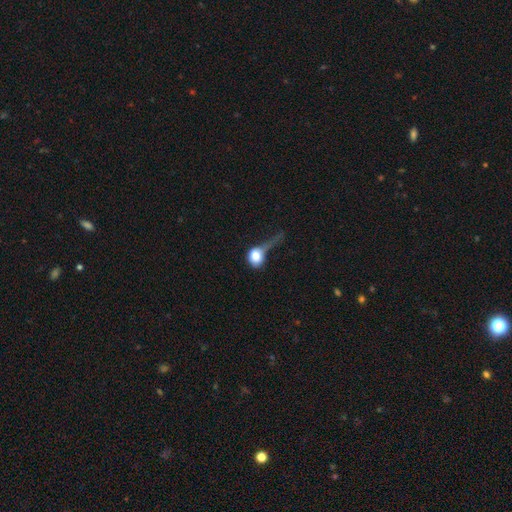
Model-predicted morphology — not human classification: Smooth or featured? smooth (72%)
How rounded? round (56%)
Merging? major disturbance (52%)